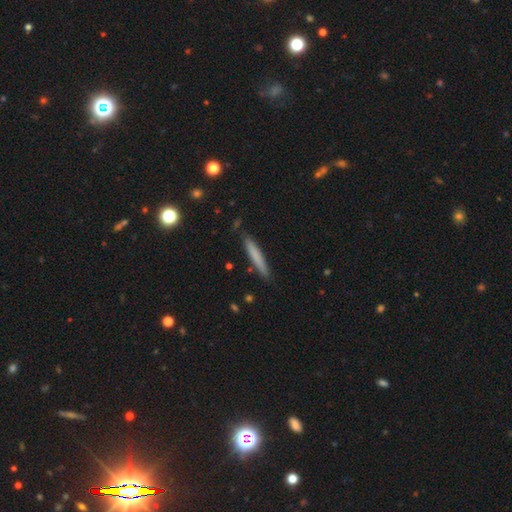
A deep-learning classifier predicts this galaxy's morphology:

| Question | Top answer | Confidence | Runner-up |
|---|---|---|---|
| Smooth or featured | smooth | 74% | featured or disk (20%) |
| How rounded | cigar-shaped | 95% | in between (4%) |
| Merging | none | 86% | minor disturbance (11%) |